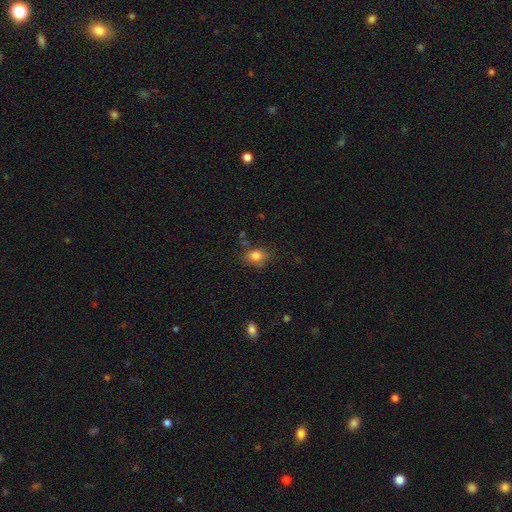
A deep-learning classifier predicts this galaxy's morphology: smooth 82%, star or artifact 11%, featured or disk 8%. Down the decision tree: how rounded — in between (68%); merging — none (73%).